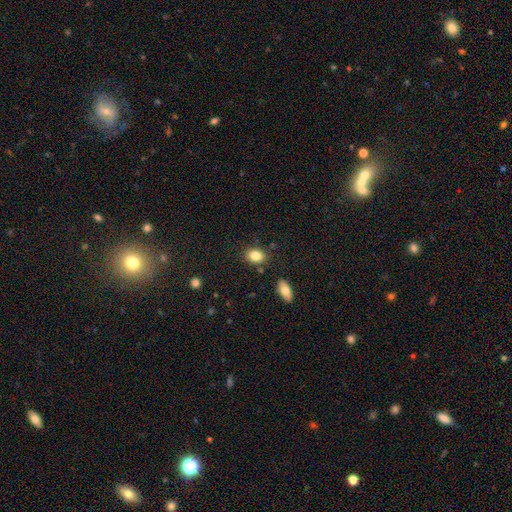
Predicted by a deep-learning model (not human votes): Smooth or featured: smooth — 83% (star or artifact — 9%)
How rounded: in between — 69% (round — 29%)
Merging: none — 81% (minor disturbance — 11%)